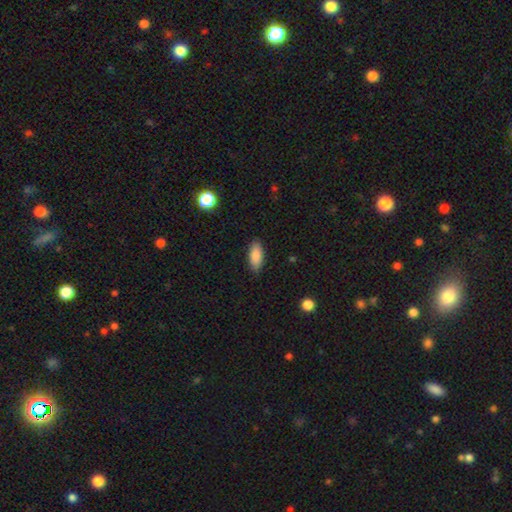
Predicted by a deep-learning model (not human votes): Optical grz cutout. It shows a smooth galaxy with no disk features (86%) that is in between round and cigar-shaped (84%). Merging: none (87%).